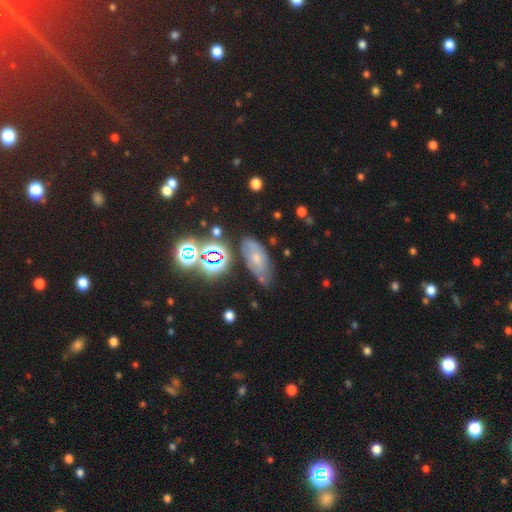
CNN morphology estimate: The model was most divided on "smooth or featured": smooth: 42%, featured or disk: 35%, star or artifact: 24%. More confident: merging — none (59%).